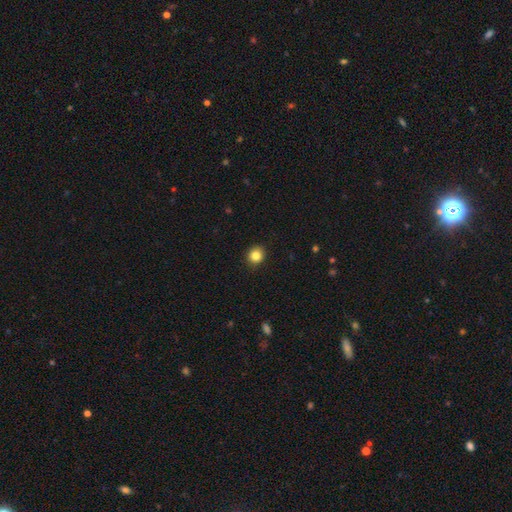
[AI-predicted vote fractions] A smooth galaxy with no disk features (84%) that is round (86%).

Vote fractions:
- Smooth or featured? smooth: 84% / star or artifact: 11% / featured or disk: 5%
- How rounded? round: 86% / in between: 13% / cigar-shaped: 1%
- Merging? none: 92% / minor disturbance: 6% / major disturbance: 2% / merger: 1%